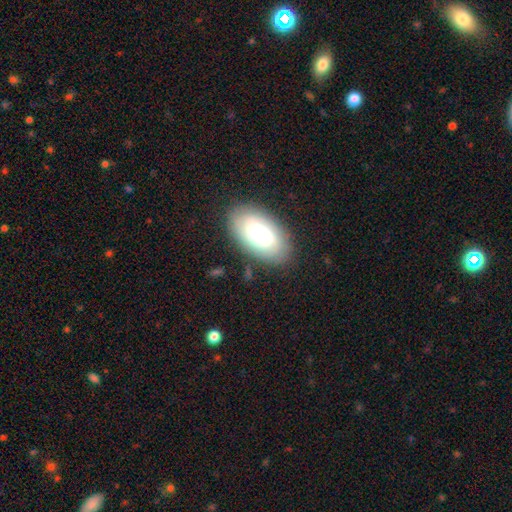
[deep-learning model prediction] Morphology: type=smooth (60%); roundness=in between (94%); merging=none (83%).